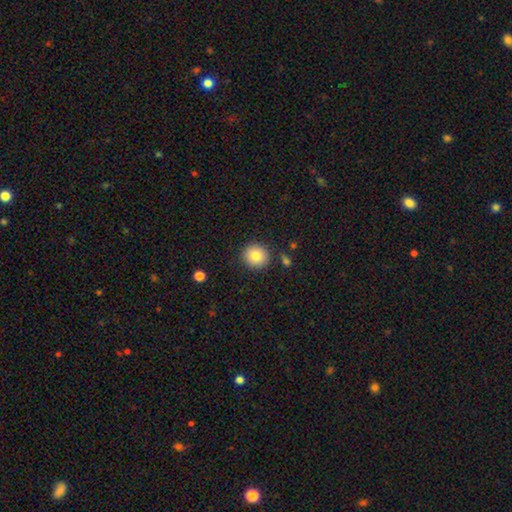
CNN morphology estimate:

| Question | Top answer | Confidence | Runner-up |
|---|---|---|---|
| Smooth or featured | smooth | 83% | star or artifact (9%) |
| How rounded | round | 91% | in between (8%) |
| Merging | none | 87% | minor disturbance (8%) |